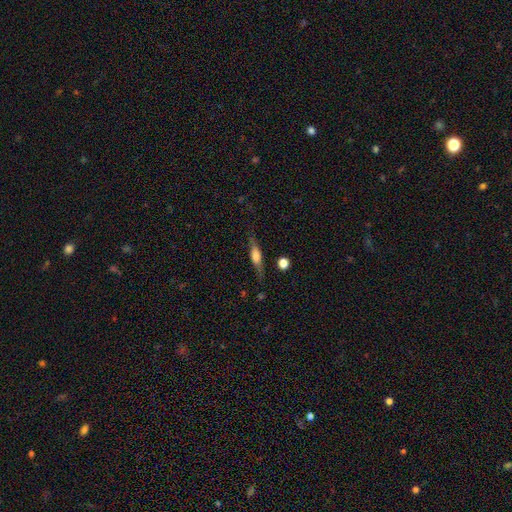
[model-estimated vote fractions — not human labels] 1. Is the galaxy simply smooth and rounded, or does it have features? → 52% featured or disk, 40% smooth, 8% star or artifact.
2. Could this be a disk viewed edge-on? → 92% yes, 8% no.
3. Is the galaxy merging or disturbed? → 78% none, 15% minor disturbance, 4% major disturbance, 2% merger.